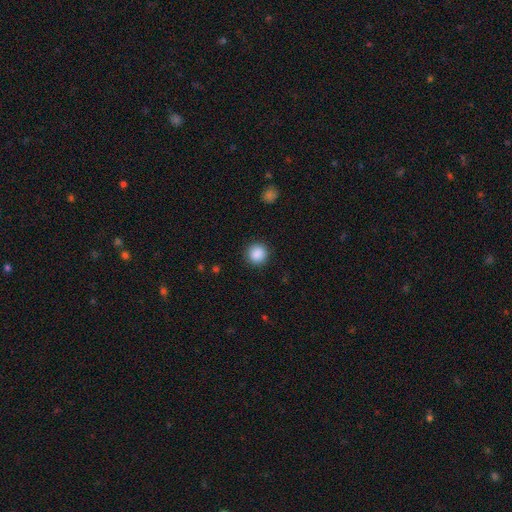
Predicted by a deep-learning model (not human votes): smooth-or-featured: smooth: 89% | star or artifact: 9% | featured or disk: 3%
  how-rounded: round: 94% | in between: 5% | cigar-shaped: 1%
  merging: none: 91% | minor disturbance: 6% | major disturbance: 2% | merger: 1%